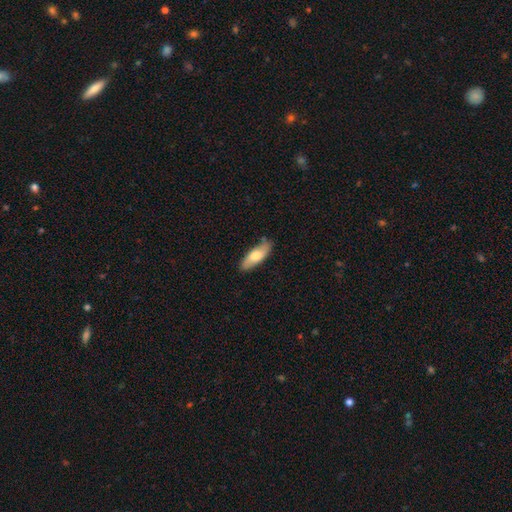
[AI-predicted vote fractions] Smooth or featured? Predicted: smooth (p=0.70). How rounded? Predicted: in between (p=0.61). Merging? Predicted: none (p=0.81).